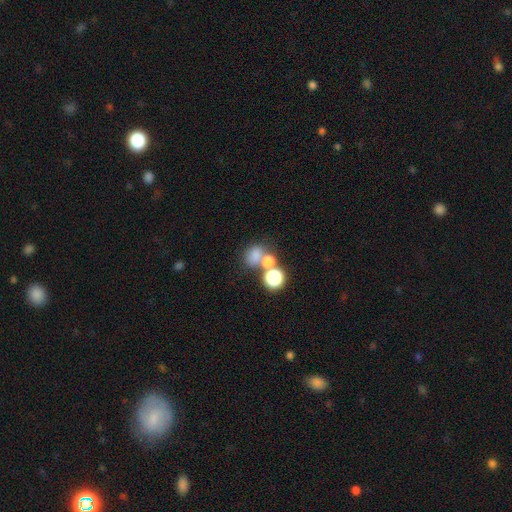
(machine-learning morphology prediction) Overall: smooth (69%). How rounded: round (62%; in between 37%). Merging: none (45%; merger 38%).